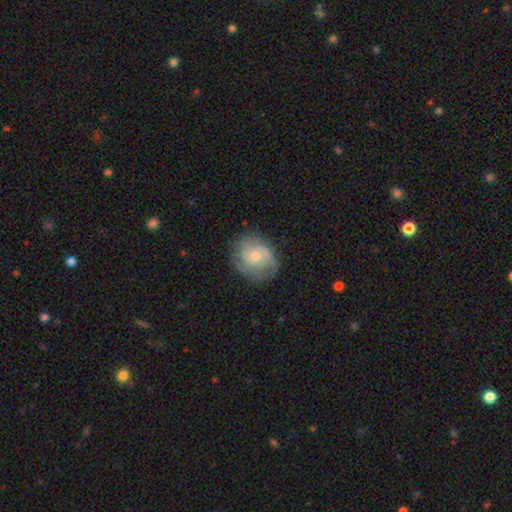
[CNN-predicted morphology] A featured or disk galaxy (63%) with no bar (73%), 2 (41%) medium (43%) spiral arms (88%) and a small central bulge (56%).

Vote fractions:
- Smooth or featured? featured or disk: 63% / smooth: 31% / star or artifact: 7%
- Edge-on disk? no: 97% / yes: 3%
- Bar? no: 73% / weak: 24% / strong: 3%
- Spiral arms? yes: 88% / no: 12%
- Spiral winding? medium: 43% / tight: 37% / loose: 20%
- Spiral arm count? 2: 41% / can't tell: 25% / 3: 20% / 1: 6% / 4: 5% / more than 4: 3%
- Bulge size? small: 56% / moderate: 39% / none: 2% / large: 2% / dominant: 1%
- Merging? none: 70% / minor disturbance: 21% / major disturbance: 8% / merger: 1%